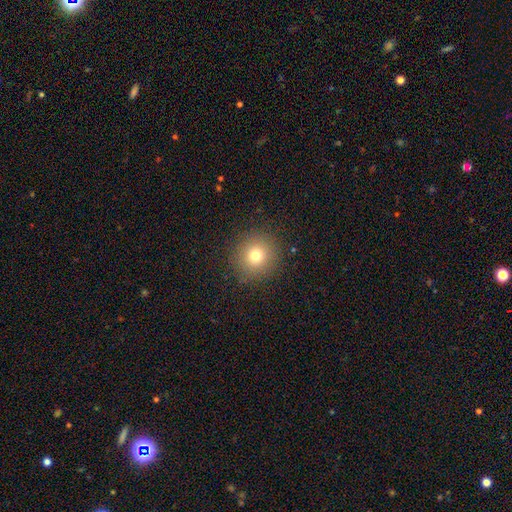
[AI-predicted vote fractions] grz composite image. It shows a smooth galaxy with no disk features (75%) that is round (93%). Merging: none (90%).